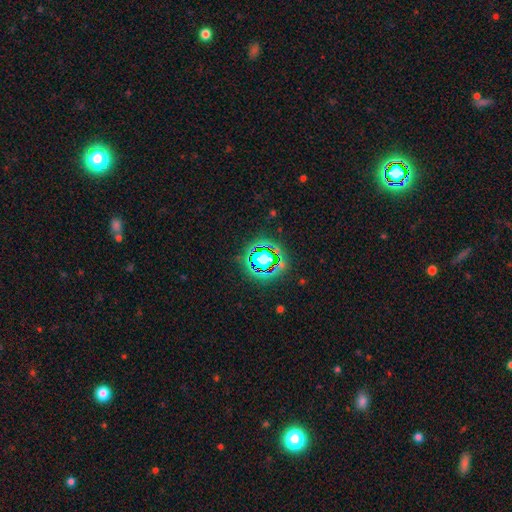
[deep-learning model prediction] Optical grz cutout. It shows a star or artifact, not a galaxy (60%).